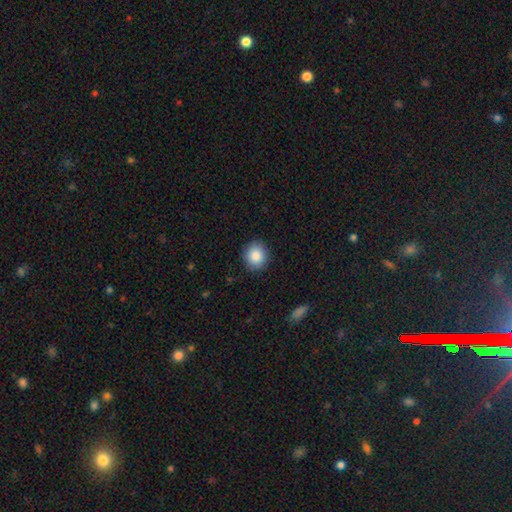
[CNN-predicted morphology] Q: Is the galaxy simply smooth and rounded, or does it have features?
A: smooth — 87%.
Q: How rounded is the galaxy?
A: round — 83%.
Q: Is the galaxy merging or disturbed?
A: none — 89%.